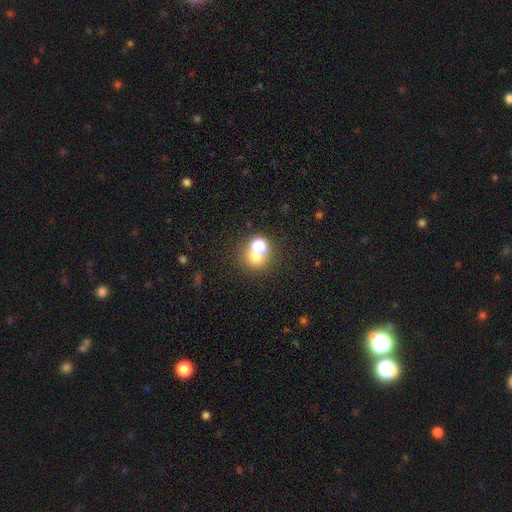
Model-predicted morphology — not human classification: Smooth or featured? smooth (61%)
How rounded? round (79%)
Merging? none (51%)